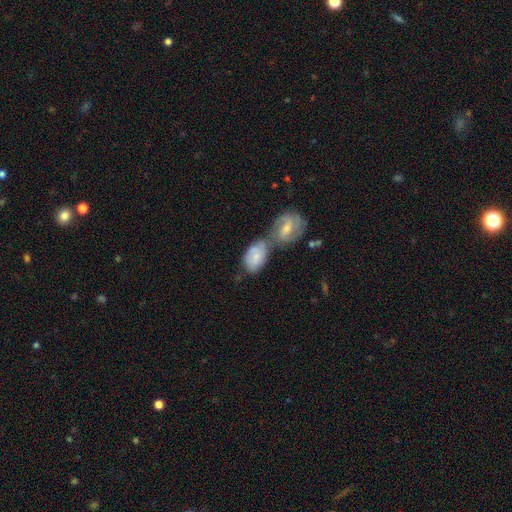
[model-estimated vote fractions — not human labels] Smooth or featured? smooth (47%)
Merging? merger (63%)